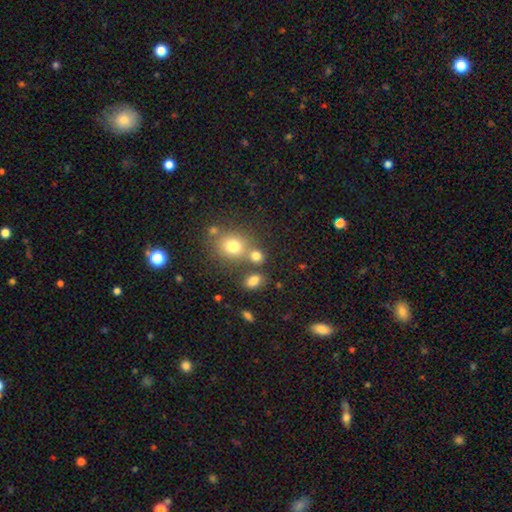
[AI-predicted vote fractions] This is likely a smooth galaxy (77%). How rounded: likely round (69%). Merging: likely none (61%).